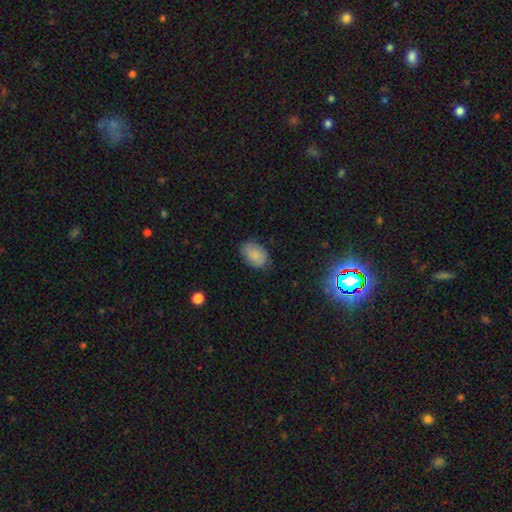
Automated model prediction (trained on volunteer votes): Smooth or featured? Predicted: smooth (p=0.83). How rounded? Predicted: in between (p=0.83). Merging? Predicted: none (p=0.77).